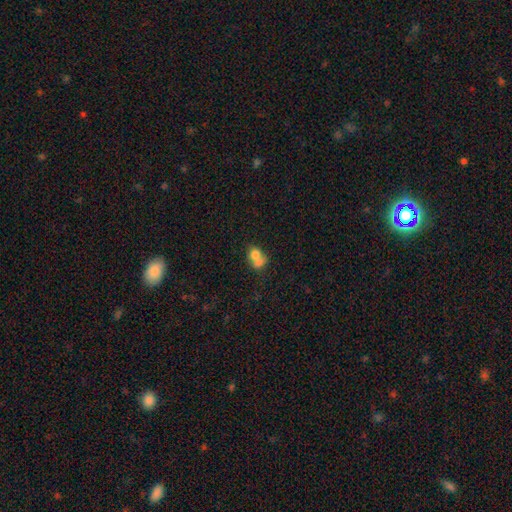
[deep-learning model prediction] Smooth or featured: smooth — 74% (featured or disk — 16%)
How rounded: round — 59% (in between — 39%)
Merging: merger — 61% (none — 24%)